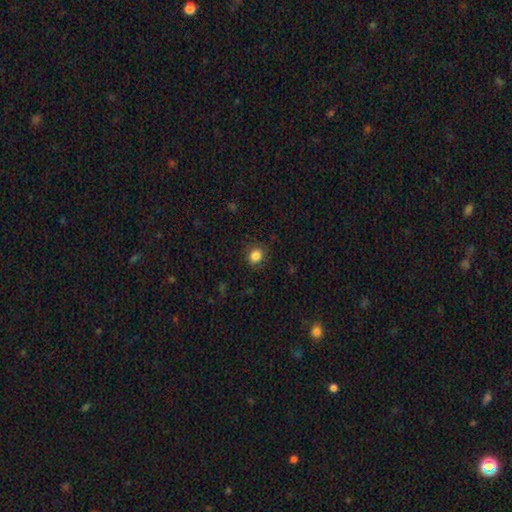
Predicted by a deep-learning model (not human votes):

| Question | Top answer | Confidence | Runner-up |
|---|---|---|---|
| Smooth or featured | smooth | 84% | star or artifact (10%) |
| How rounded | round | 76% | in between (23%) |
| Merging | none | 84% | minor disturbance (11%) |